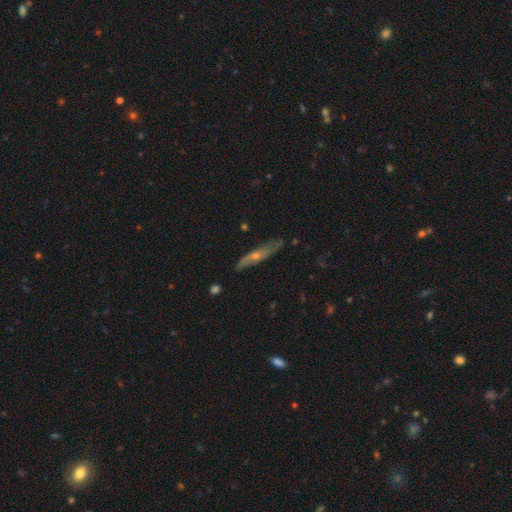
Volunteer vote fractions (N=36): smooth_or_featured: featured or disk (p=0.67) [alt: smooth p=0.31]
disk_edge_on: yes (p=0.75) [alt: no p=0.25]
edge_on_bulge: rounded (p=0.83) [alt: none p=0.17]
merging: none (p=0.74) [alt: minor disturbance p=0.23]